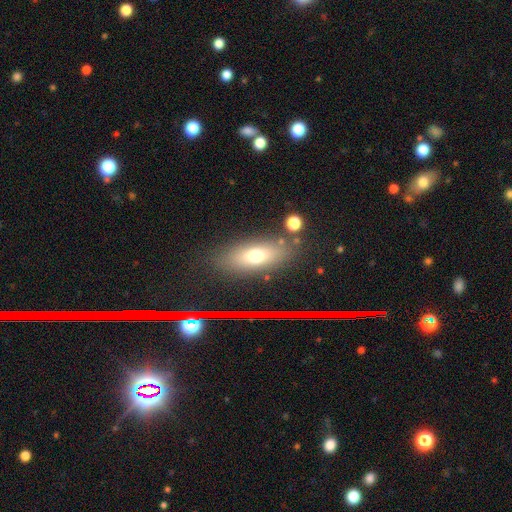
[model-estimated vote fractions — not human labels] smooth 68%, featured or disk 18%, star or artifact 14%. Down the decision tree: how rounded — in between (78%); merging — none (80%).